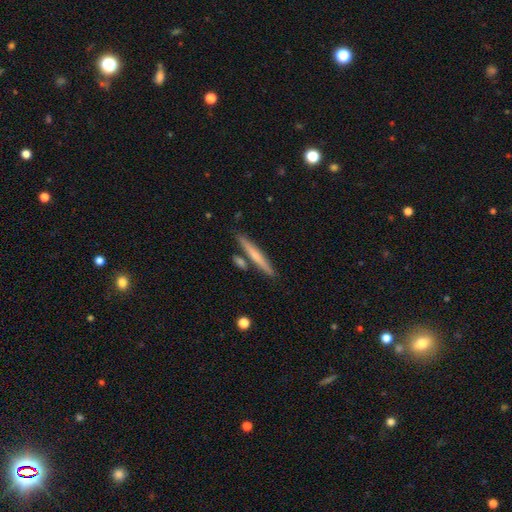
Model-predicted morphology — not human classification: Overall: smooth (53%; featured or disk 41%). How rounded: cigar-shaped (95%). Merging: none (82%).